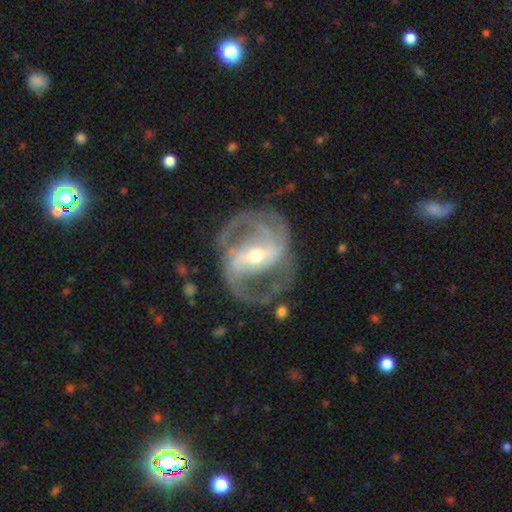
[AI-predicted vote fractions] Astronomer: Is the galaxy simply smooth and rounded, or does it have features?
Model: featured or disk — 90%.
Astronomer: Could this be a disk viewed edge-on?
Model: no — 97%.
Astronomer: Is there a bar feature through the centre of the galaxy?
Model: strong — 61%.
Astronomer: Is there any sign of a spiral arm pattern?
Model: yes — 96%.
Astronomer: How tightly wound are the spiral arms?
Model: medium — 53% (runner-up: tight, 30%).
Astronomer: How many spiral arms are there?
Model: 2 — 69%.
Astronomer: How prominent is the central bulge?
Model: moderate — 49% (runner-up: small, 46%).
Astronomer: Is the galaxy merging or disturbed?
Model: none — 70%.